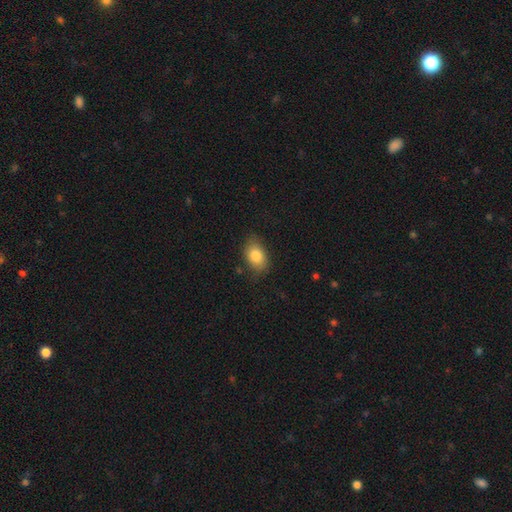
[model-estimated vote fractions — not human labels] smooth-or-featured: smooth: 83% | featured or disk: 10% | star or artifact: 7%
  how-rounded: in between: 85% | round: 14% | cigar-shaped: 2%
  merging: none: 76% | minor disturbance: 18% | major disturbance: 4% | merger: 1%